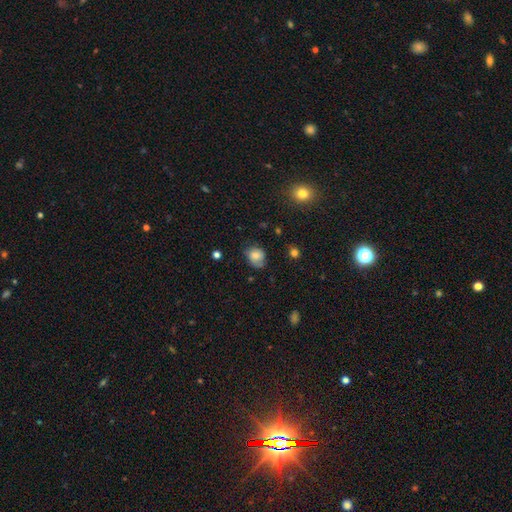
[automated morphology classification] This is likely a smooth galaxy (76%). How rounded: possibly round (56%). Merging: possibly none (56%).